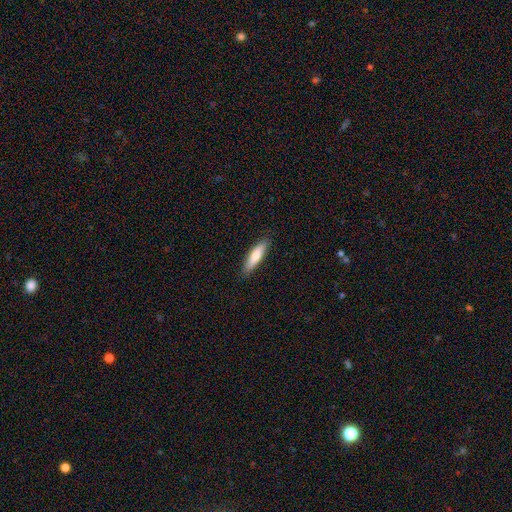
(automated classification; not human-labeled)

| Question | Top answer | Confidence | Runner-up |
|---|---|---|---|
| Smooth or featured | smooth | 76% | featured or disk (19%) |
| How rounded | cigar-shaped | 71% | in between (27%) |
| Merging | none | 88% | minor disturbance (10%) |